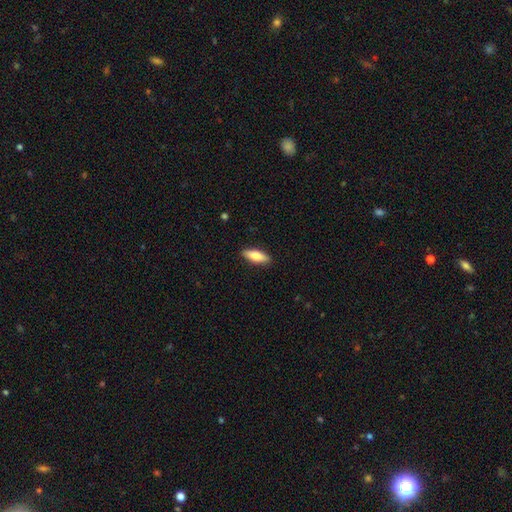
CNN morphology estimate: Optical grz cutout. It shows a smooth galaxy with no disk features (75%) that is in between round and cigar-shaped (61%). Merging: none (89%).